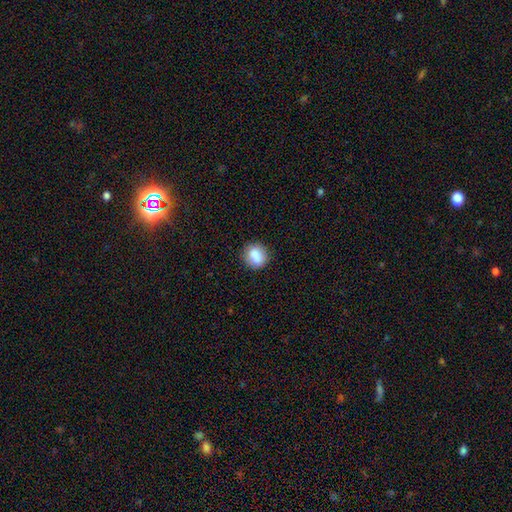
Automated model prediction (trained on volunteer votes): Smooth or featured? smooth (84%)
How rounded? round (67%)
Merging? none (83%)